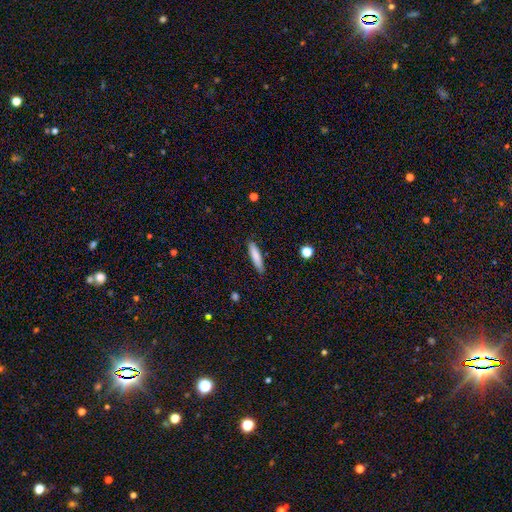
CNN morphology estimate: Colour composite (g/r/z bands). It shows a smooth galaxy with no disk features (82%) that is cigar-shaped (79%). Merging: none (87%).